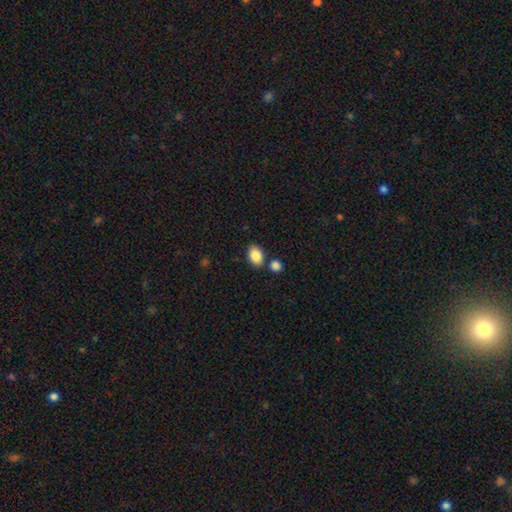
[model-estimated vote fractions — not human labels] This is clearly a smooth galaxy (87%). How rounded: likely in between (79%). Merging: likely none (75%).